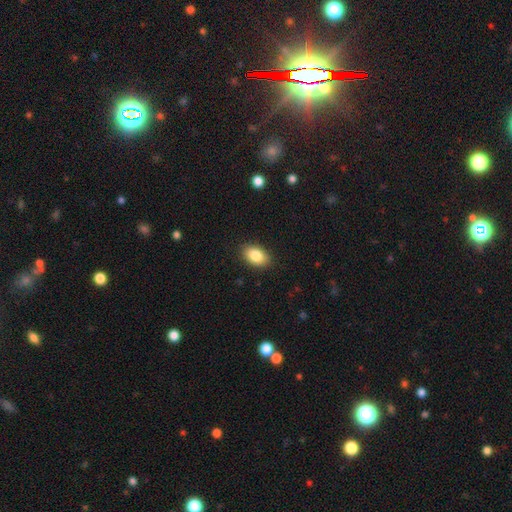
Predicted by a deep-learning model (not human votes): smooth 85%, star or artifact 8%, featured or disk 7%. Down the decision tree: how rounded — in between (89%); merging — none (88%).